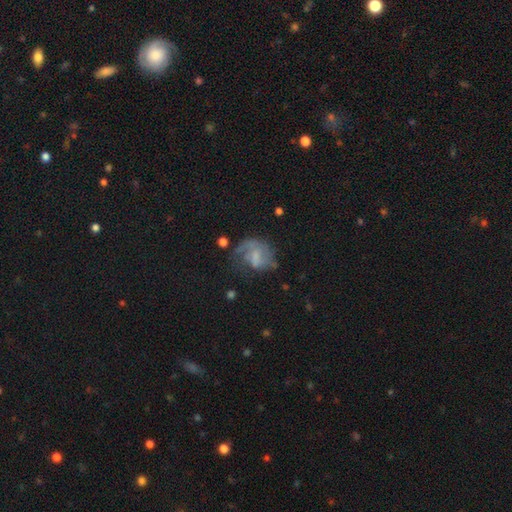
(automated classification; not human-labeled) This appears to be a featured or disk galaxy (61%) with a weak bar (46%), spiral arms (78%) and a small central bulge (36%). Merging: none (42%).